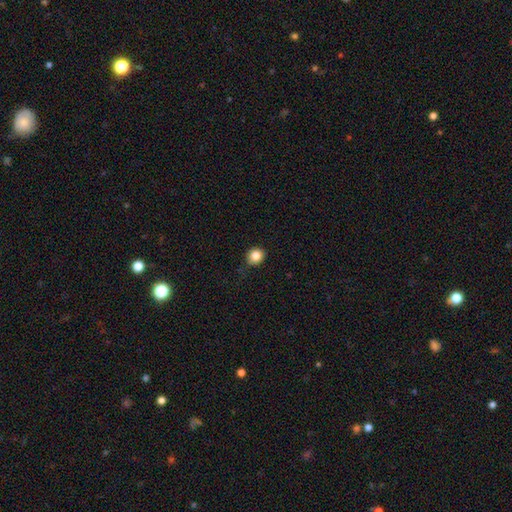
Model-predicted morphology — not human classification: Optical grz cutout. It shows a smooth galaxy with no disk features (83%) that is round (85%). Merging: none (81%).